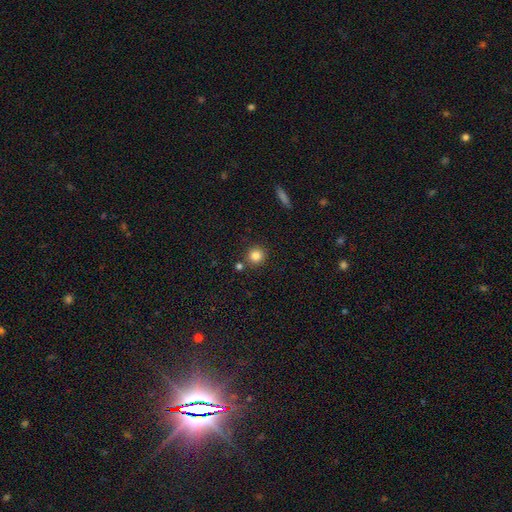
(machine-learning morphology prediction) smooth-or-featured: smooth: 83% | star or artifact: 11% | featured or disk: 6%
  how-rounded: round: 91% | in between: 8% | cigar-shaped: 1%
  merging: none: 83% | merger: 7% | minor disturbance: 7% | major disturbance: 2%